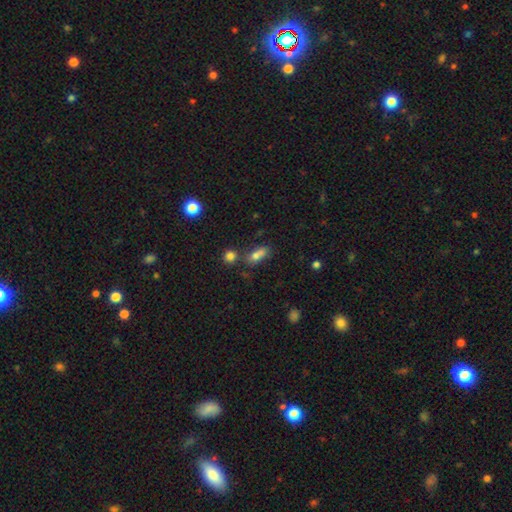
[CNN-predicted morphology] smooth-or-featured: smooth: 71% | featured or disk: 14% | star or artifact: 14%
  how-rounded: in between: 70% | round: 17% | cigar-shaped: 13%
  merging: none: 46% | merger: 32% | minor disturbance: 15% | major disturbance: 7%